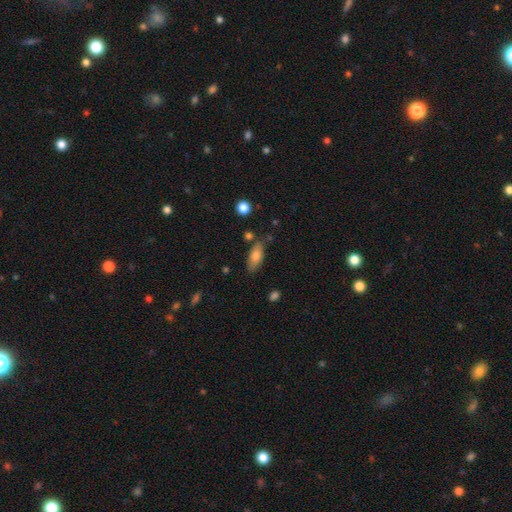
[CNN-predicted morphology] A smooth galaxy with no disk features (75%) that is in between round and cigar-shaped (80%).

Vote fractions:
- Smooth or featured? smooth: 75% / featured or disk: 18% / star or artifact: 7%
- How rounded? in between: 80% / cigar-shaped: 17% / round: 3%
- Merging? none: 76% / minor disturbance: 16% / merger: 5% / major disturbance: 3%